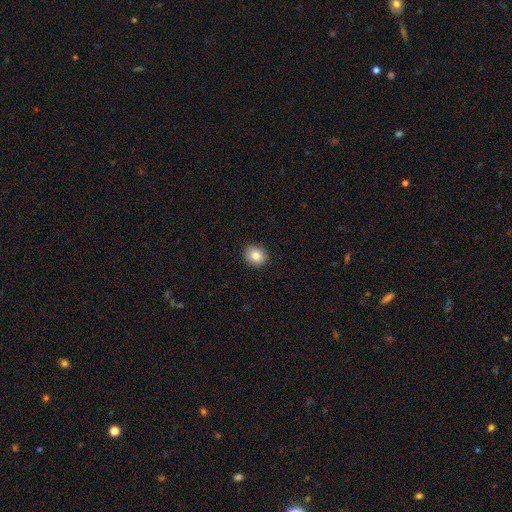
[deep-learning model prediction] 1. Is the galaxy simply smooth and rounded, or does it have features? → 84% smooth, 9% star or artifact, 7% featured or disk.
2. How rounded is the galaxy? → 66% round, 33% in between, 1% cigar-shaped.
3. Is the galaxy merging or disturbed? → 91% none, 6% minor disturbance, 2% major disturbance, 1% merger.